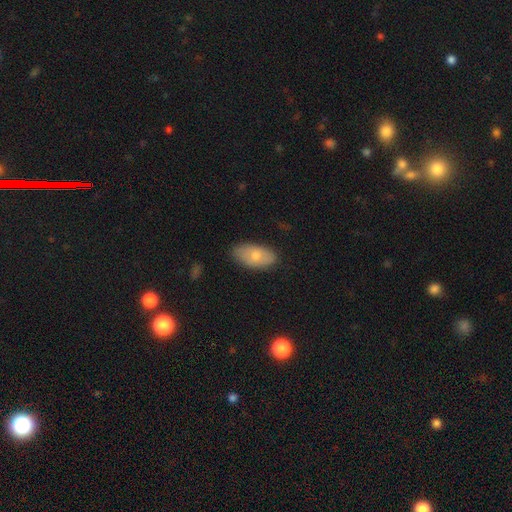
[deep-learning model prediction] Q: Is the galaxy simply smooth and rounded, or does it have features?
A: smooth — 72%.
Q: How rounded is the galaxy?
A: in between — 93%.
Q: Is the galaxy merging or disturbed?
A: none — 79%.